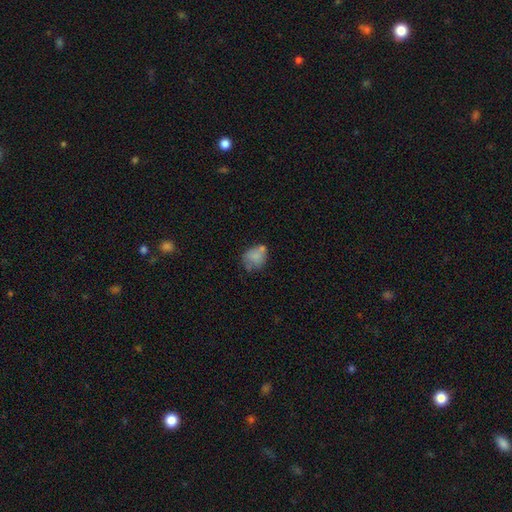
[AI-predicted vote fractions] Smooth or featured? Predicted: smooth (p=0.72). How rounded? Predicted: round (p=0.55). Merging? Predicted: none (p=0.42).